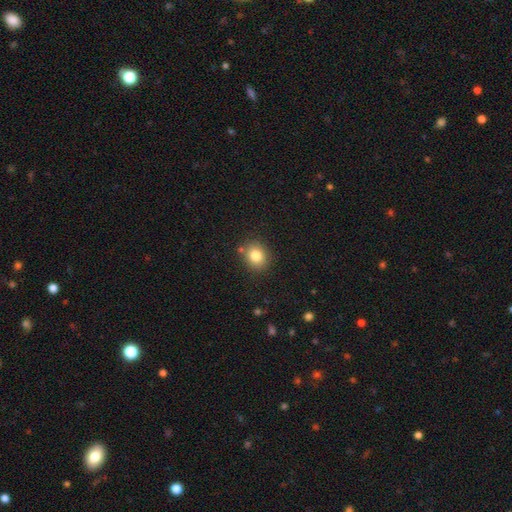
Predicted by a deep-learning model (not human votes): Smooth or featured: smooth — 82% (star or artifact — 11%)
How rounded: round — 68% (in between — 32%)
Merging: none — 82% (minor disturbance — 10%)